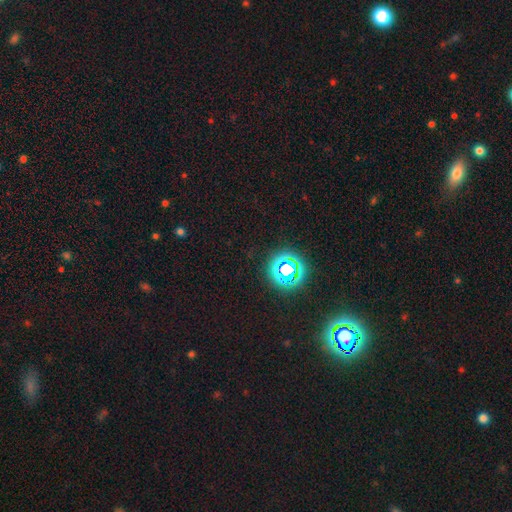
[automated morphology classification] type=star or artifact (74%).